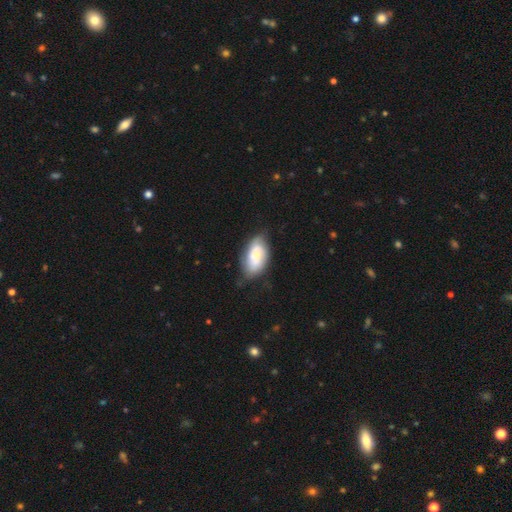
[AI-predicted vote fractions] Smooth or featured? smooth (49%)
Merging? none (62%)